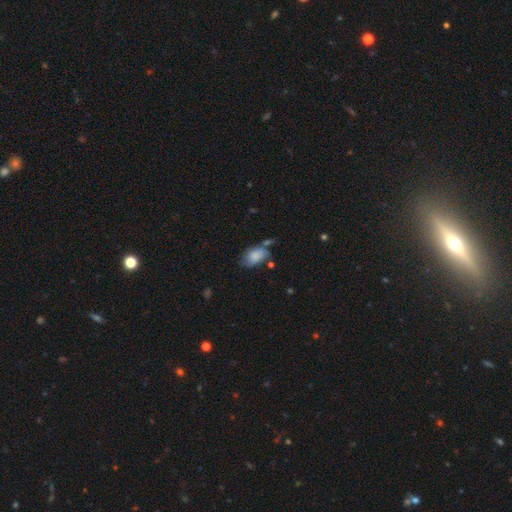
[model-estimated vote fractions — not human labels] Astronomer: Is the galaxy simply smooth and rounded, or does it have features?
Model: smooth — 77%.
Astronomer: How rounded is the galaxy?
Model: in between — 90%.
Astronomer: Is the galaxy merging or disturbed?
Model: none — 43% (runner-up: minor disturbance, 31%).